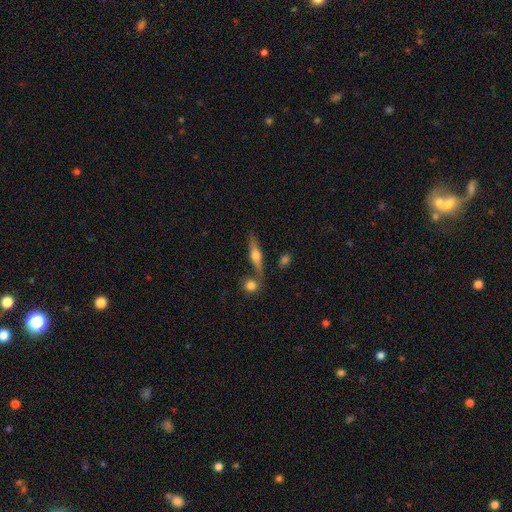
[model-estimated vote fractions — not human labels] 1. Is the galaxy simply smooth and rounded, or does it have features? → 55% featured or disk, 39% smooth, 7% star or artifact.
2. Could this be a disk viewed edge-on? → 93% yes, 7% no.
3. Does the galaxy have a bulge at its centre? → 92% rounded, 5% boxy, 3% none.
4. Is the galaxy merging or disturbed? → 70% none, 14% merger, 12% minor disturbance, 4% major disturbance.